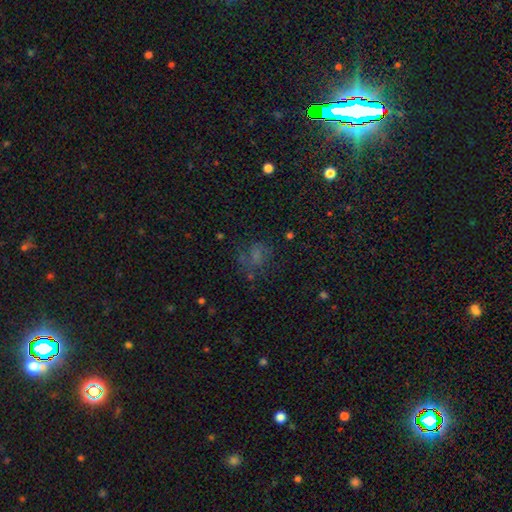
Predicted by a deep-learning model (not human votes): The model was most divided on "smooth or featured": smooth: 43%, star or artifact: 29%, featured or disk: 28%. More confident: merging — none (54%).